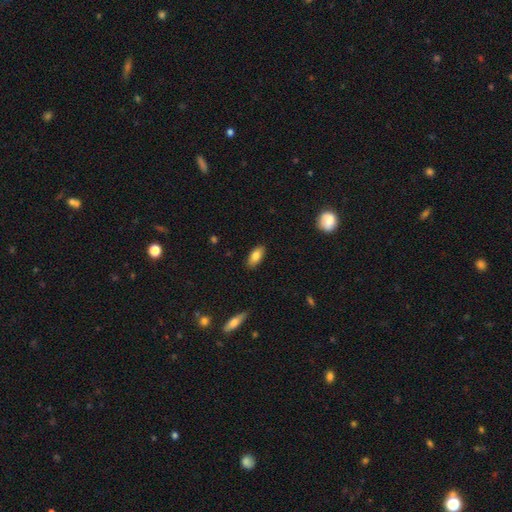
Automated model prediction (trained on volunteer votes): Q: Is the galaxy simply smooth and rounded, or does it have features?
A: smooth — 82%.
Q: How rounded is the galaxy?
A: in between — 89%.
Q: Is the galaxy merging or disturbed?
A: none — 87%.